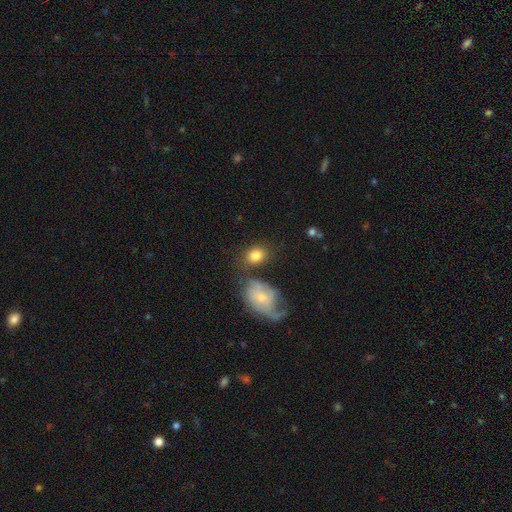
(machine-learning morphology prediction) type=smooth (81%); roundness=in between (56%); merging=none (61%).